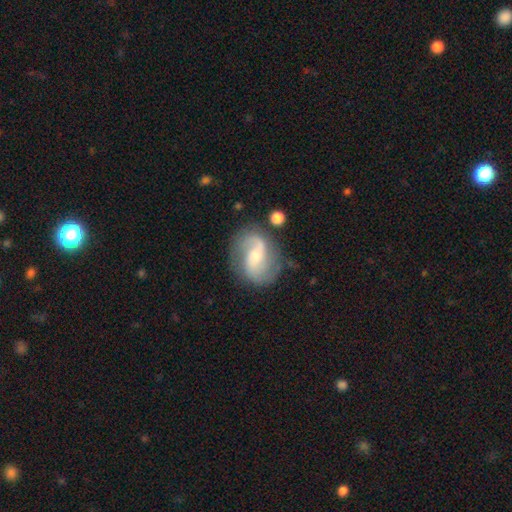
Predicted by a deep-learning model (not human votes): smooth-or-featured: featured or disk: 84% | smooth: 10% | star or artifact: 6%
  disk-edge-on: no: 97% | yes: 3%
    bar: weak: 43% | no: 38% | strong: 19%
    has-spiral-arms: yes: 95% | no: 5%
      spiral-winding: loose: 44% | medium: 42% | tight: 14%
      spiral-arm-count: 2: 88% | can't tell: 4% | 1: 3% | 3: 2% | 4: 1% | more than 4: 1%
    bulge-size: small: 50% | moderate: 45% | large: 2% | none: 2% | dominant: 1%
  merging: none: 74% | minor disturbance: 16% | major disturbance: 7% | merger: 3%